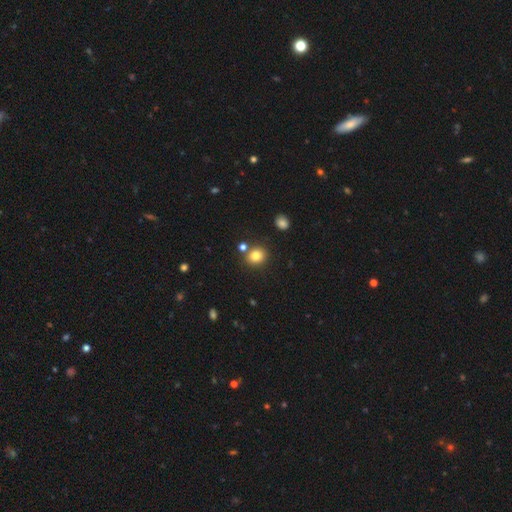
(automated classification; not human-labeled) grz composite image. It shows a smooth galaxy with no disk features (80%) that is round (78%). Merging: none (79%).